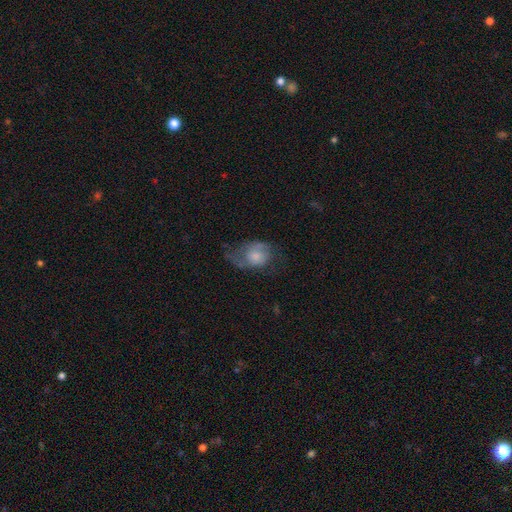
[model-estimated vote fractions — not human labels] Smooth or featured? smooth (49%)
Merging? none (36%)